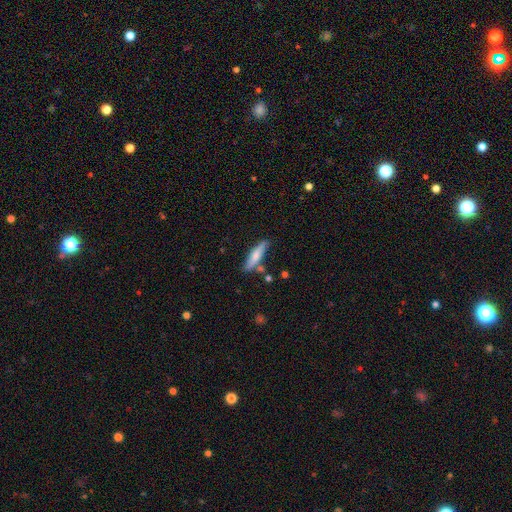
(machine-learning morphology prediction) Smooth or featured?
  - smooth: 65% *
  - featured or disk: 29%
  - star or artifact: 6%
How rounded?
  - cigar-shaped: 82% *
  - in between: 16%
  - round: 2%
Merging?
  - none: 78% *
  - minor disturbance: 13%
  - merger: 6%
  - major disturbance: 3%